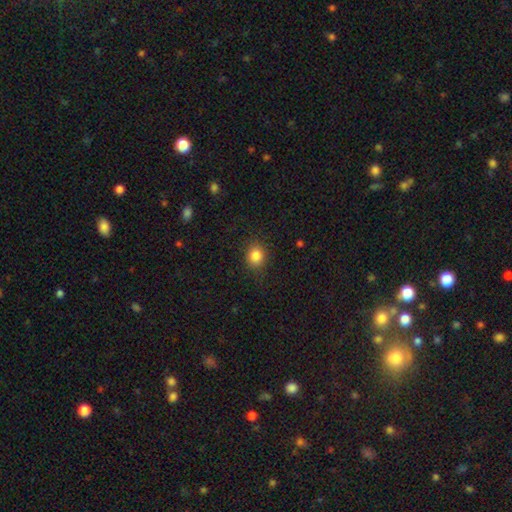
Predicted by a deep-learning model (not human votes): smooth 84%, star or artifact 11%, featured or disk 5%. Down the decision tree: how rounded — round (73%); merging — none (85%).